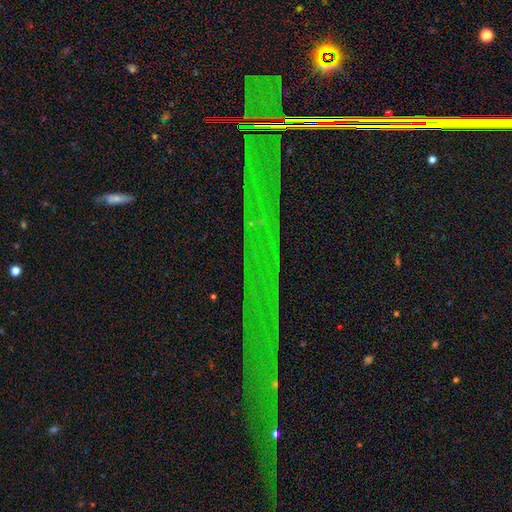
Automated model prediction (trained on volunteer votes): Overall: star or artifact (82%).